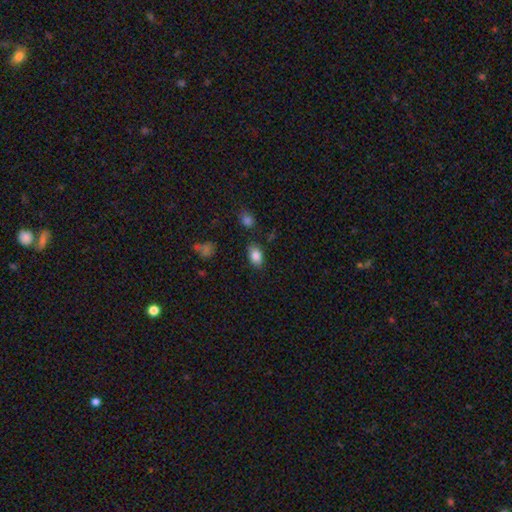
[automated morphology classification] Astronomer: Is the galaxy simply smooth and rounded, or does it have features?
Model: smooth — 84%.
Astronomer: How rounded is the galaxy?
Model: in between — 85%.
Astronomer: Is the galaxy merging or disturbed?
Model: none — 80%.